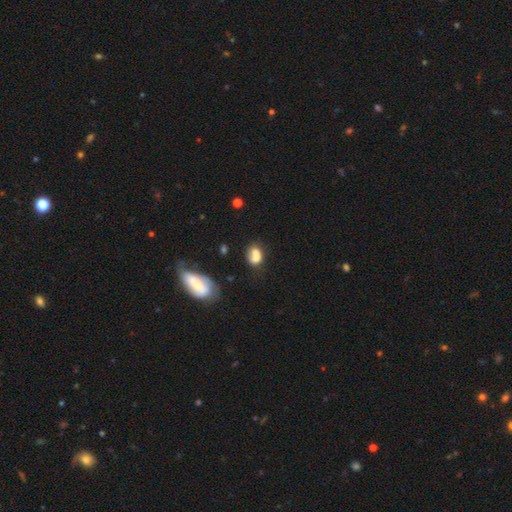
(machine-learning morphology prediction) smooth-or-featured: smooth: 69% | featured or disk: 20% | star or artifact: 11%
  how-rounded: in between: 67% | round: 31% | cigar-shaped: 2%
  merging: merger: 39% | none: 33% | minor disturbance: 18% | major disturbance: 10%